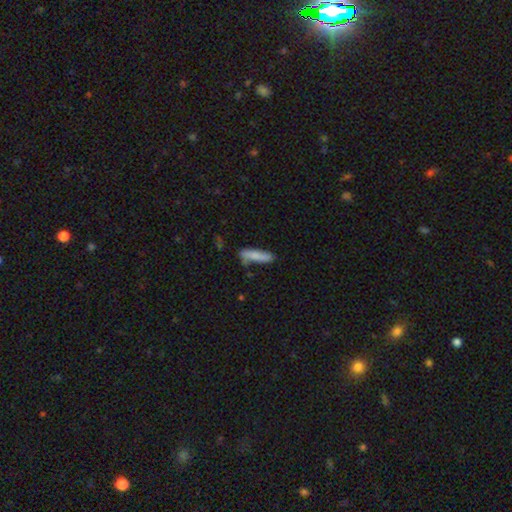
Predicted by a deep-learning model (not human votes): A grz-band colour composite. It shows a smooth galaxy with no disk features (78%) that is cigar-shaped (77%). Merging: none (62%).